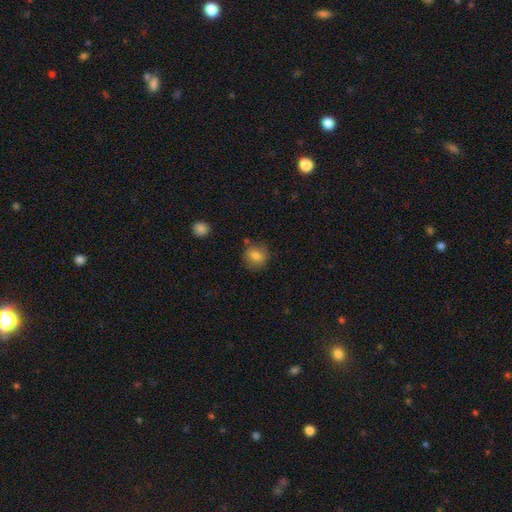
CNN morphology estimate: A smooth galaxy with no disk features (78%) that is round (82%).

Vote fractions:
- Smooth or featured? smooth: 78% / featured or disk: 12% / star or artifact: 10%
- How rounded? round: 82% / in between: 17% / cigar-shaped: 1%
- Merging? none: 81% / minor disturbance: 12% / merger: 3% / major disturbance: 3%